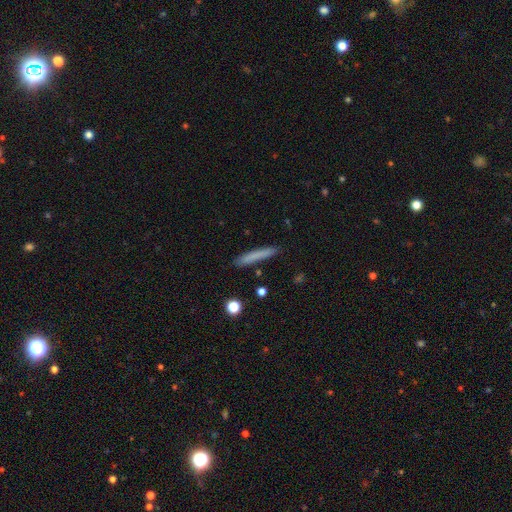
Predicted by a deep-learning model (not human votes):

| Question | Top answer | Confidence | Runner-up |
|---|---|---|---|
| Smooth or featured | smooth | 76% | featured or disk (16%) |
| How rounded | cigar-shaped | 95% | in between (4%) |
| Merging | none | 87% | minor disturbance (10%) |